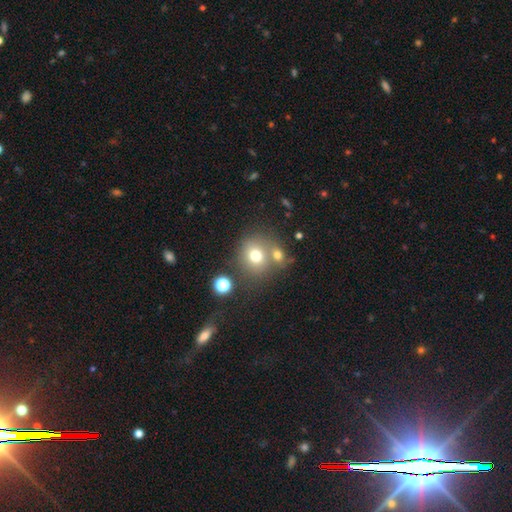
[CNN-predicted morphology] Q: Smooth or featured?
A: smooth (72%); runner-up: star or artifact (14%)
Q: How rounded?
A: round (84%); runner-up: in between (15%)
Q: Merging?
A: none (53%); runner-up: merger (33%)